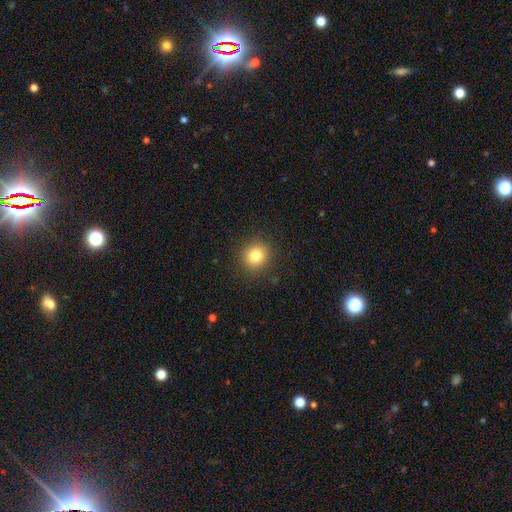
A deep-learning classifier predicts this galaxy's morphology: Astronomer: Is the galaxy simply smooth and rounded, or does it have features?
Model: smooth — 81%.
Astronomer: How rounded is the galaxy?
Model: round — 87%.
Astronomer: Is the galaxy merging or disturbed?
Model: none — 90%.